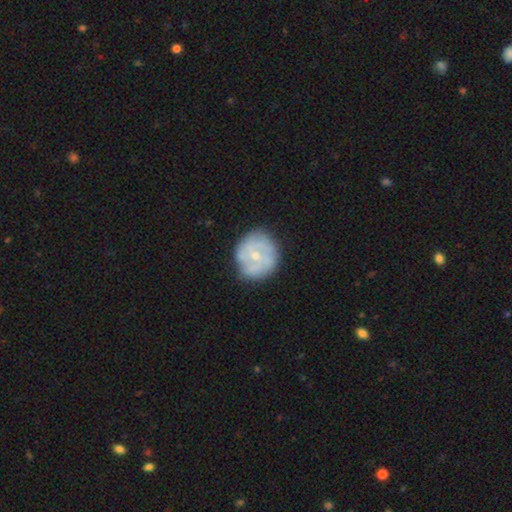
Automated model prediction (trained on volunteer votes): This appears to be a featured or disk galaxy (58%) with no bar (73%), spiral arms (60%) and a small central bulge (59%). Merging: none (73%).